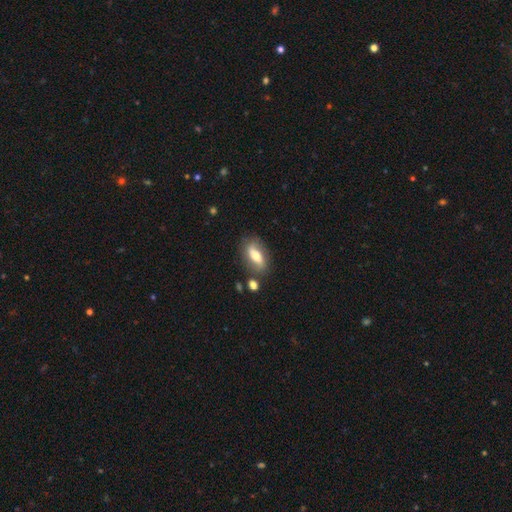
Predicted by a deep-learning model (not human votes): Smooth or featured?
  - smooth: 51% *
  - featured or disk: 42%
  - star or artifact: 7%
How rounded?
  - in between: 79% *
  - cigar-shaped: 14%
  - round: 6%
Merging?
  - none: 78% *
  - minor disturbance: 14%
  - merger: 4%
  - major disturbance: 4%